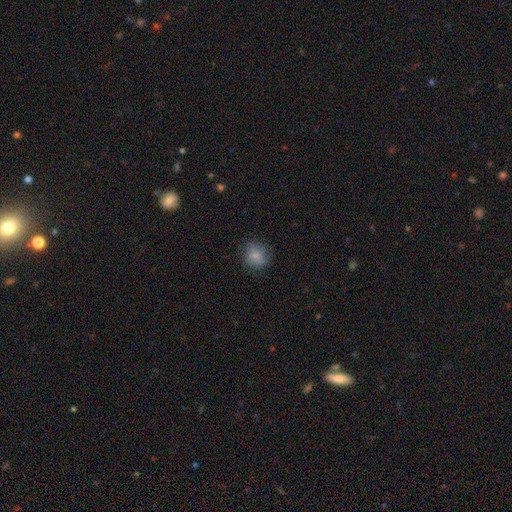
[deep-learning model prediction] The model was most divided on "how rounded": round: 82%, in between: 17%, cigar-shaped: 1%. More confident: smooth or featured — smooth (82%); merging — none (81%).